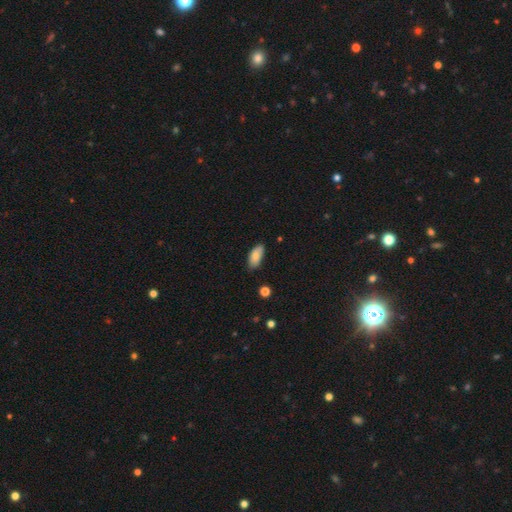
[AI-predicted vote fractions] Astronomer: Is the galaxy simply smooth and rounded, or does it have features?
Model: smooth — 83%.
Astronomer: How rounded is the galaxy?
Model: in between — 90%.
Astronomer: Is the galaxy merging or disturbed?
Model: none — 80%.